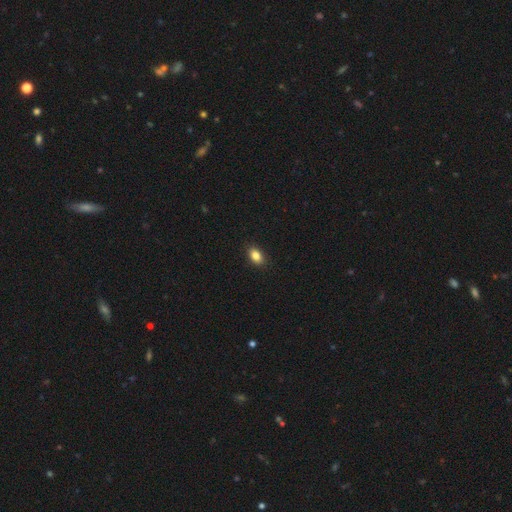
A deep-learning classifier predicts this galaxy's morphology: The model was most divided on "how rounded": in between: 86%, round: 12%, cigar-shaped: 2%. More confident: merging — none (89%); smooth or featured — smooth (85%).